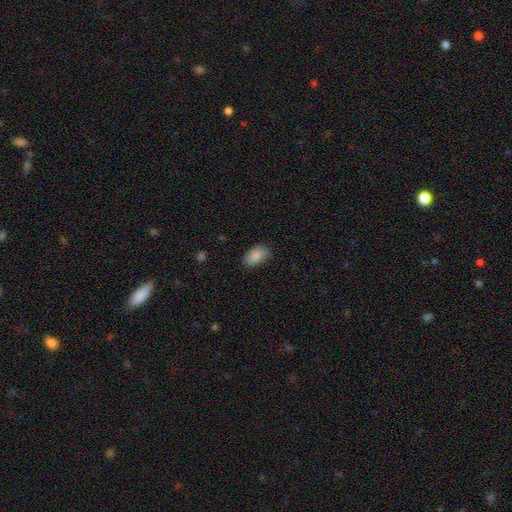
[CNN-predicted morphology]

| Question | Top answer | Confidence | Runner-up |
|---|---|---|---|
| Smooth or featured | smooth | 88% | star or artifact (7%) |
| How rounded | in between | 92% | round (6%) |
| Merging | none | 79% | minor disturbance (17%) |